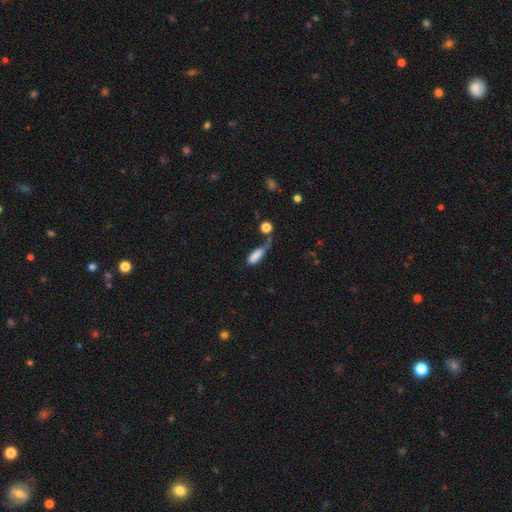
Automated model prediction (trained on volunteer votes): A smooth galaxy with no disk features (80%) that is in between round and cigar-shaped (64%). Merging: none (32%).